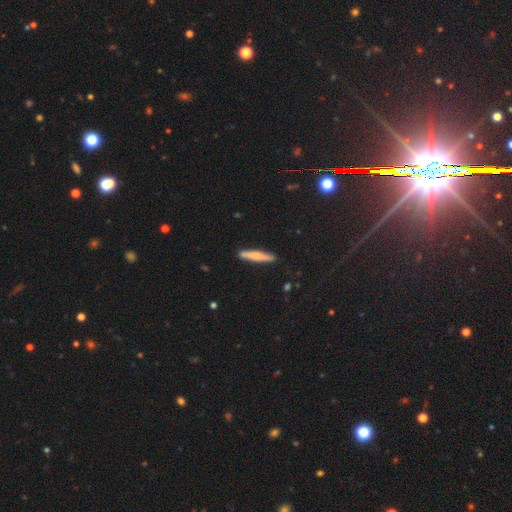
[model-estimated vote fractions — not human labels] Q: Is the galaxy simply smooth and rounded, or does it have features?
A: smooth — 64%.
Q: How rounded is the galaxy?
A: cigar-shaped — 92%.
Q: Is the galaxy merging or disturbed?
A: none — 88%.